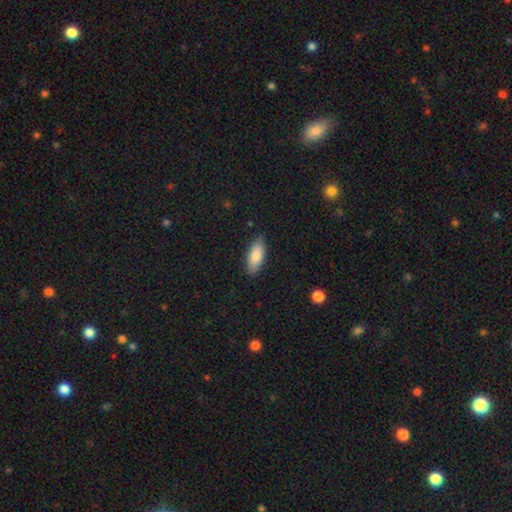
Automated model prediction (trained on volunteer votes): smooth_or_featured: smooth (p=0.85) [alt: featured or disk p=0.09]
how_rounded: in between (p=0.80) [alt: cigar-shaped p=0.18]
merging: none (p=0.84) [alt: minor disturbance p=0.12]